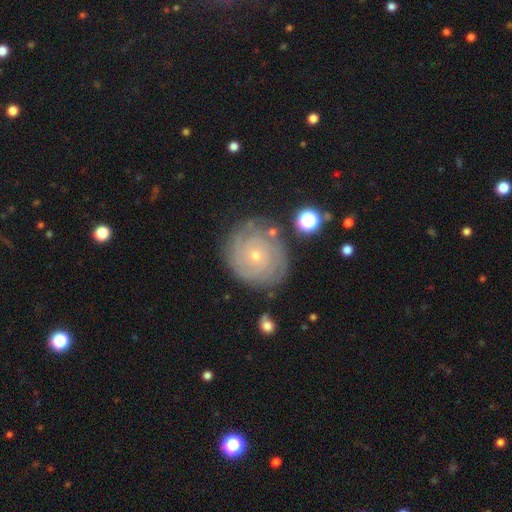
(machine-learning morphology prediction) The model was most divided on "spiral arm count": can't tell: 35%, 3: 19%, 2: 18%, 4: 14%, more than 4: 8%, 1: 6%. More confident: edge-on disk — no (98%); spiral arms — yes (94%); spiral winding — tight (85%); bar — no (84%); smooth or featured — featured or disk (81%); bulge size — small (80%); merging — none (80%).